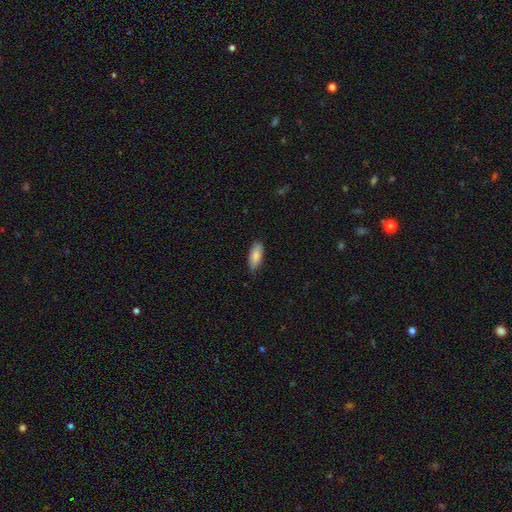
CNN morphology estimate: Smooth or featured: smooth — 85% (featured or disk — 9%)
How rounded: in between — 79% (cigar-shaped — 19%)
Merging: none — 78% (minor disturbance — 18%)